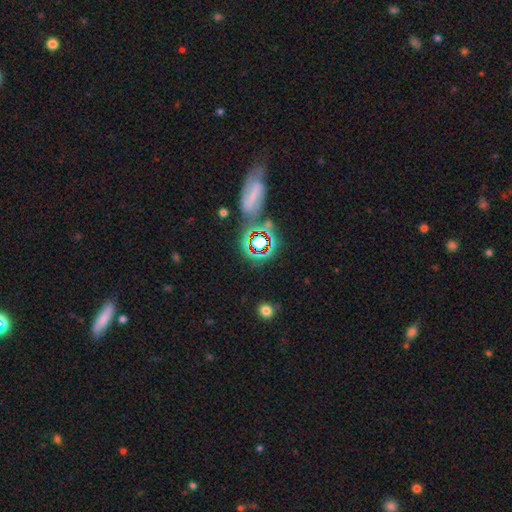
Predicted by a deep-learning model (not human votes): Overall: star or artifact (40%; featured or disk 32%).